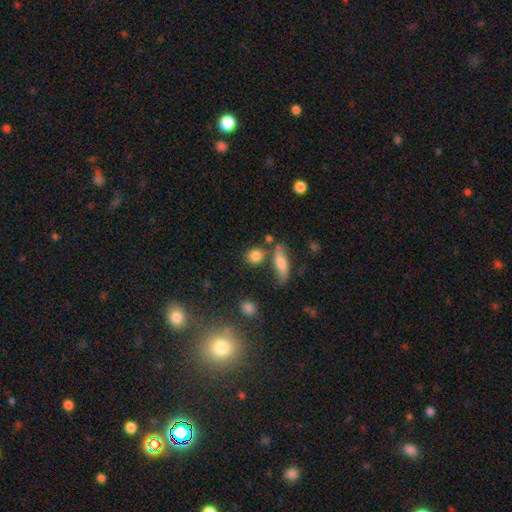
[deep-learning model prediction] smooth 84%, star or artifact 9%, featured or disk 7%. Down the decision tree: how rounded — round (70%); merging — none (71%).